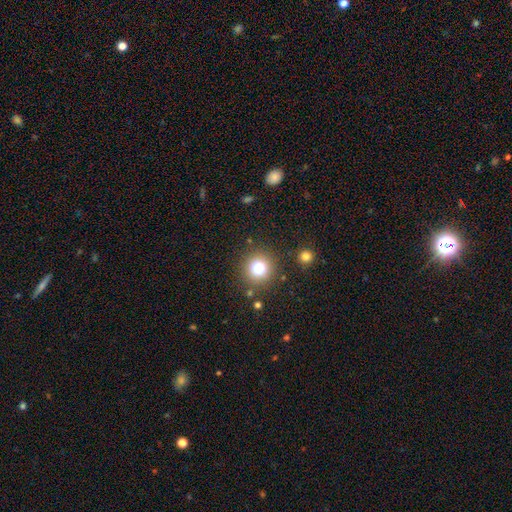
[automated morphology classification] A smooth galaxy with no disk features (69%) that is round (94%).

Vote fractions:
- Smooth or featured? smooth: 69% / star or artifact: 24% / featured or disk: 7%
- How rounded? round: 94% / in between: 5% / cigar-shaped: 1%
- Merging? none: 89% / minor disturbance: 5% / merger: 3% / major disturbance: 2%